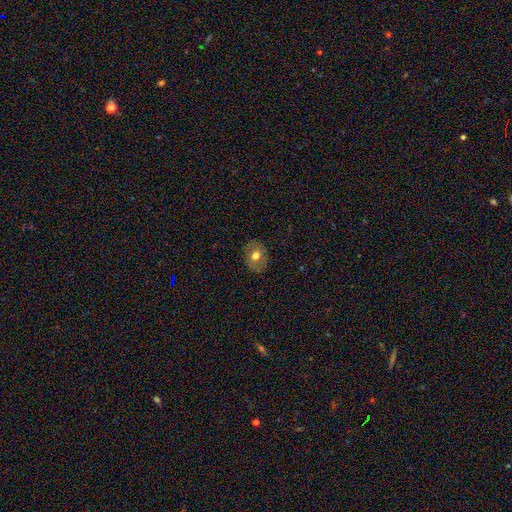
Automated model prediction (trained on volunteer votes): The model was most divided on "how rounded": round: 58%, in between: 41%, cigar-shaped: 1%. More confident: merging — none (84%); smooth or featured — smooth (63%).